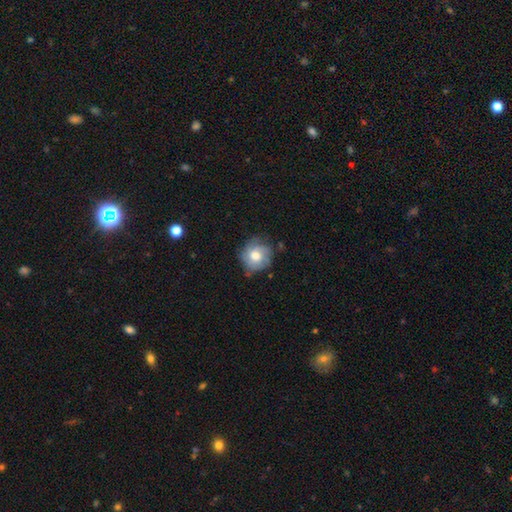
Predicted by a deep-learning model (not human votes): The model was most divided on "smooth or featured": smooth: 54%, featured or disk: 38%, star or artifact: 8%. More confident: how rounded — round (84%); merging — none (66%).